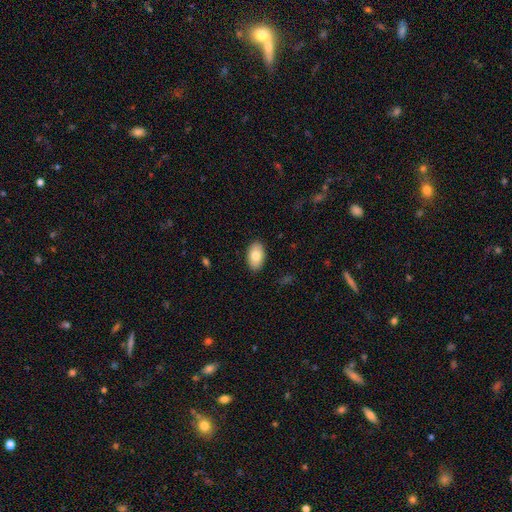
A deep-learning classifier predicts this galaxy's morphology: The model was most divided on "smooth or featured": smooth: 79%, featured or disk: 14%, star or artifact: 6%. More confident: how rounded — in between (94%); merging — none (89%).